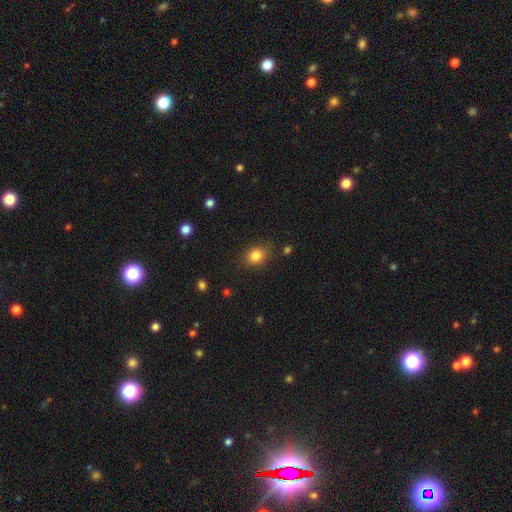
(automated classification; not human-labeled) Morphology: type=smooth (83%); roundness=round (52%); merging=none (83%).